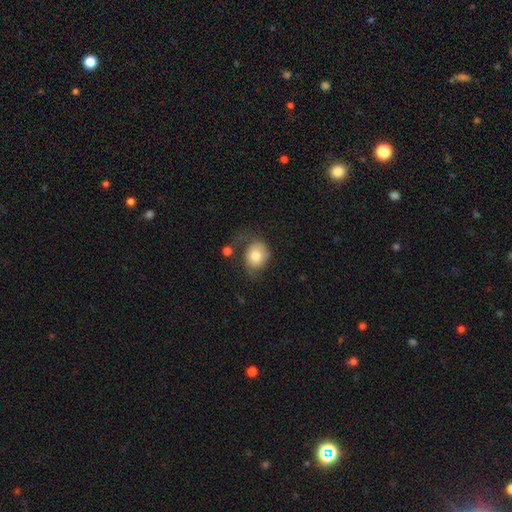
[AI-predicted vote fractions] A smooth galaxy with no disk features (76%) that is round (59%). Merging: none (43%).